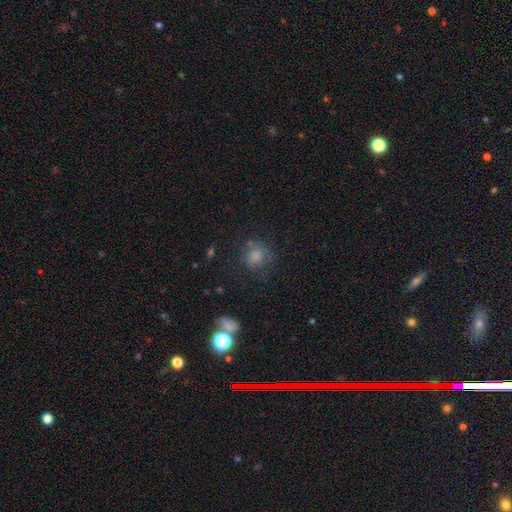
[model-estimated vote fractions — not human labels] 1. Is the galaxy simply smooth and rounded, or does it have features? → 63% smooth, 25% star or artifact, 12% featured or disk.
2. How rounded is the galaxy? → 82% round, 17% in between, 1% cigar-shaped.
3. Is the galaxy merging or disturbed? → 71% none, 16% minor disturbance, 9% major disturbance, 4% merger.